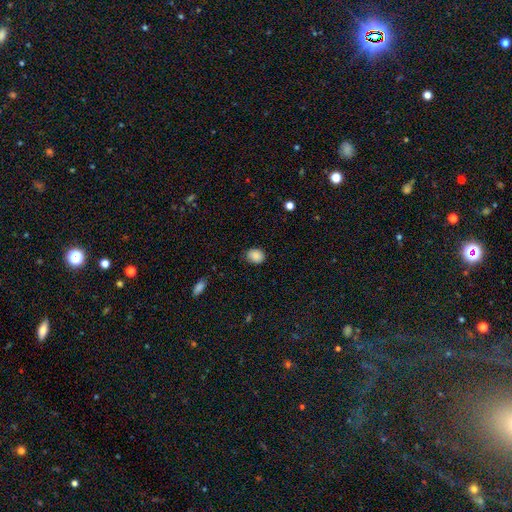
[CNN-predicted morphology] Smooth or featured?
  - smooth: 88% *
  - star or artifact: 9%
  - featured or disk: 4%
How rounded?
  - round: 51% *
  - in between: 48%
  - cigar-shaped: 1%
Merging?
  - none: 82% *
  - minor disturbance: 14%
  - major disturbance: 3%
  - merger: 1%